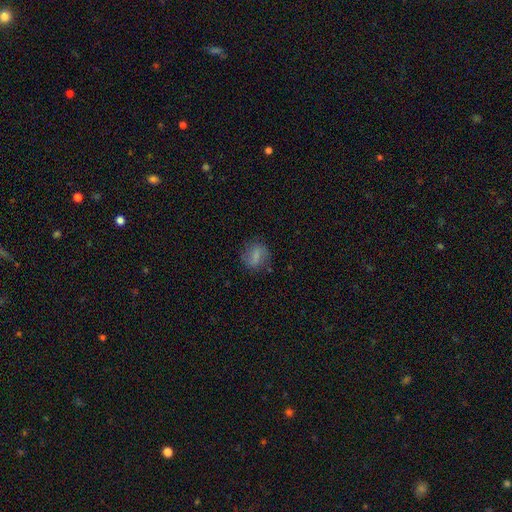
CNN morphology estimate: Q: Smooth or featured?
A: smooth (64%); runner-up: featured or disk (27%)
Q: How rounded?
A: round (60%); runner-up: in between (37%)
Q: Merging?
A: none (74%); runner-up: minor disturbance (17%)